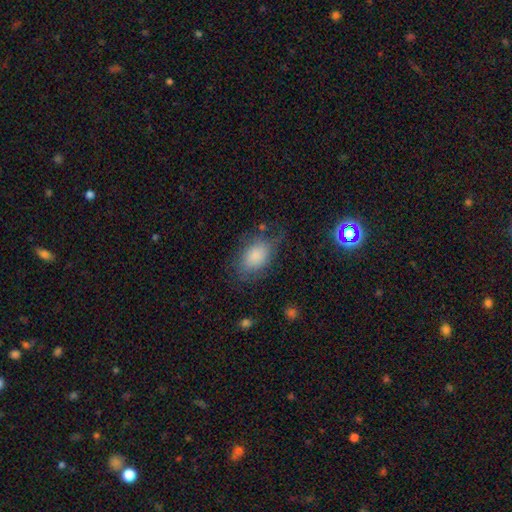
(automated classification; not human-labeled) Morphology: type=smooth (78%); roundness=in between (85%); merging=none (56%).